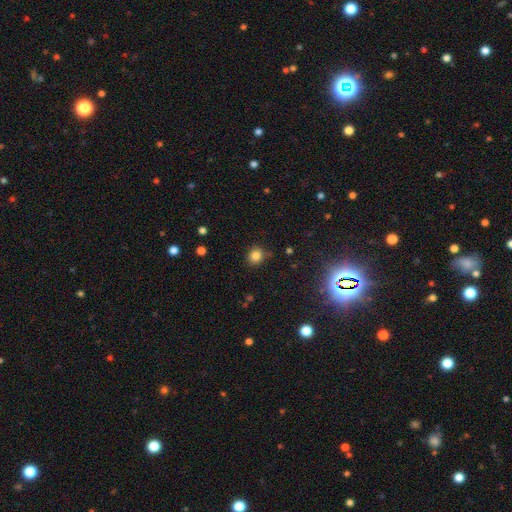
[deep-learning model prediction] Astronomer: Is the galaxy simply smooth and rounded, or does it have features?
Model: smooth — 82%.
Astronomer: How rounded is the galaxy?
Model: round — 84%.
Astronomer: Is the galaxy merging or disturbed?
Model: none — 81%.